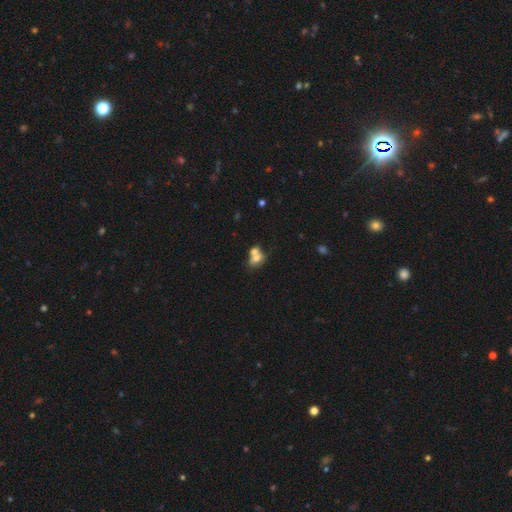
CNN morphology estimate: Smooth or featured? smooth (66%)
How rounded? in between (66%)
Merging? merger (60%)